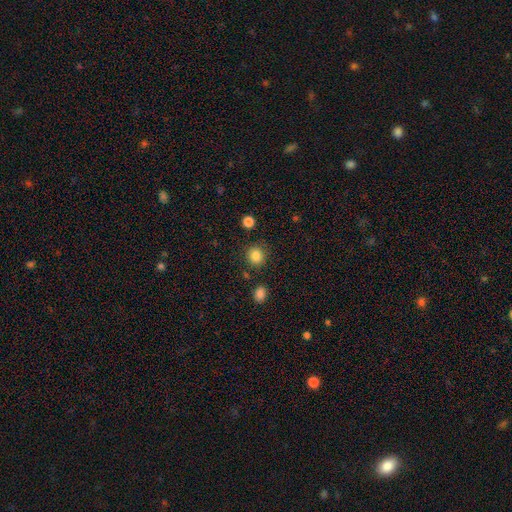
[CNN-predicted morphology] type=smooth (85%); roundness=round (84%); merging=none (85%).